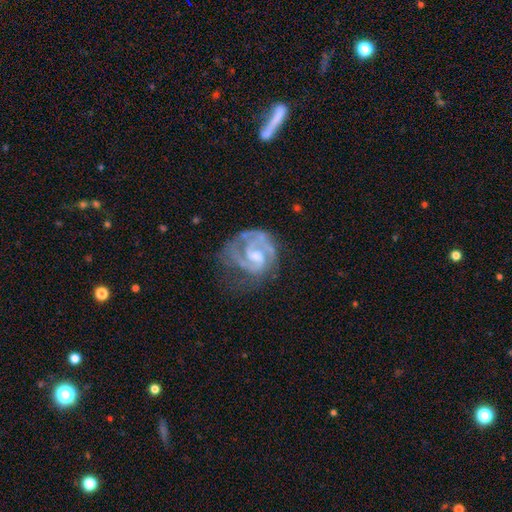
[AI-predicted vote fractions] The model was most divided on "bar": weak: 47%, no: 41%, strong: 11%. Remaining: edge-on disk — no (98%); spiral arms — yes (94%); smooth or featured — featured or disk (85%); spiral arm count — 2 (55%); merging — none (51%); spiral winding — tight (51%); bulge size — moderate (44%).